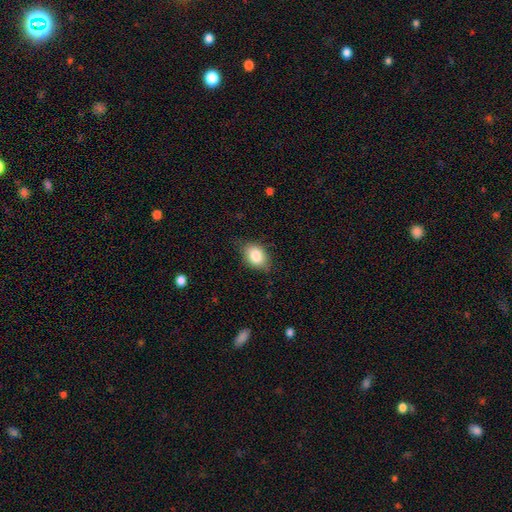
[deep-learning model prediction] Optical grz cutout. It shows a smooth galaxy with no disk features (84%) that is in between round and cigar-shaped (77%). Merging: none (76%).